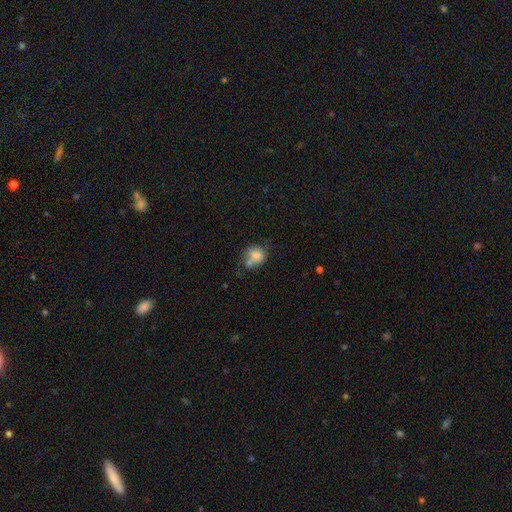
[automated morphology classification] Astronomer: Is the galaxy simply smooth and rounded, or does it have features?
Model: smooth — 76%.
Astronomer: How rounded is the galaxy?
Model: round — 67%.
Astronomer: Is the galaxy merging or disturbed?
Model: merger — 38% (runner-up: none, 35%).